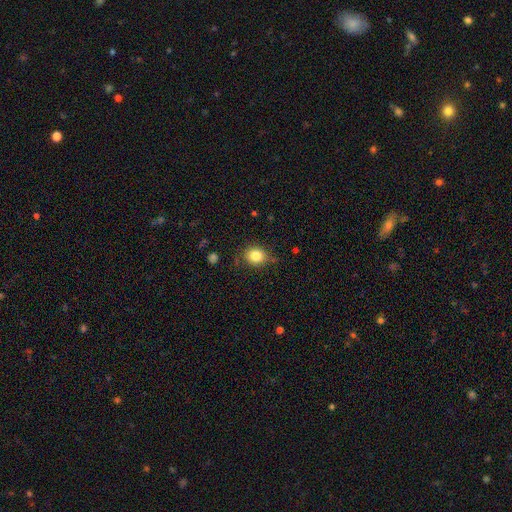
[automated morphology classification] smooth_or_featured: smooth (p=0.82) [alt: star or artifact p=0.10]
how_rounded: round (p=0.69) [alt: in between p=0.30]
merging: none (p=0.76) [alt: minor disturbance p=0.18]